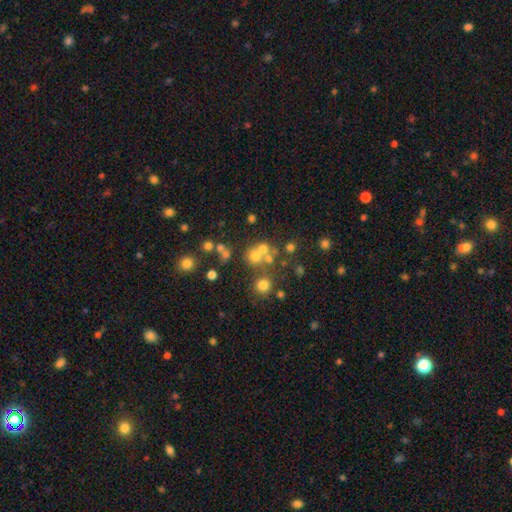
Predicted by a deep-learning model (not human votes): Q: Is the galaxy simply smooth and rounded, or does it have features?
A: smooth — 59%.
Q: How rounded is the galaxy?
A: round — 84%.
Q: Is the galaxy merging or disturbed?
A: none — 51%.